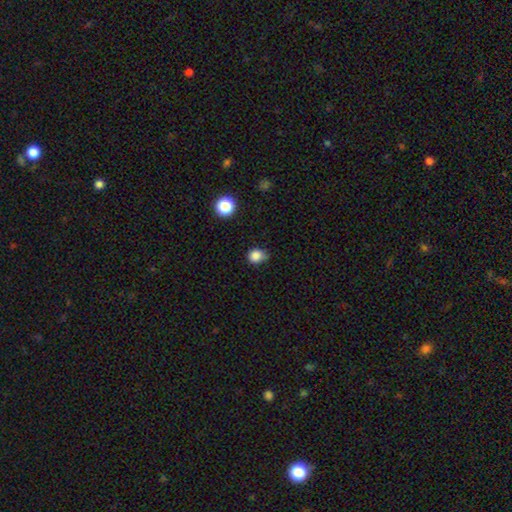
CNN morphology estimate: Smooth or featured: smooth — 84% (star or artifact — 12%)
How rounded: round — 74% (in between — 25%)
Merging: none — 60% (minor disturbance — 32%)